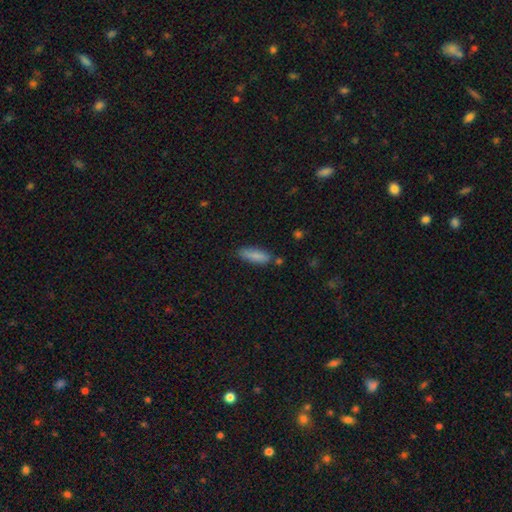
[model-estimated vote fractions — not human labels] smooth-or-featured: smooth: 86% | featured or disk: 8% | star or artifact: 7%
  how-rounded: in between: 51% | cigar-shaped: 47% | round: 2%
  merging: none: 77% | minor disturbance: 15% | merger: 4% | major disturbance: 3%